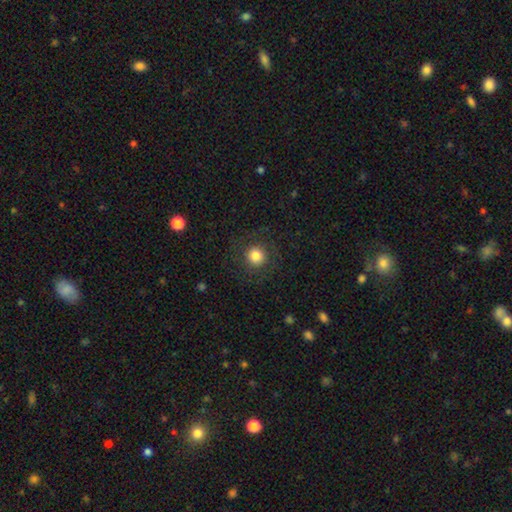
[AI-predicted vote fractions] A smooth galaxy with no disk features (78%) that is round (94%). Merging: none (83%).